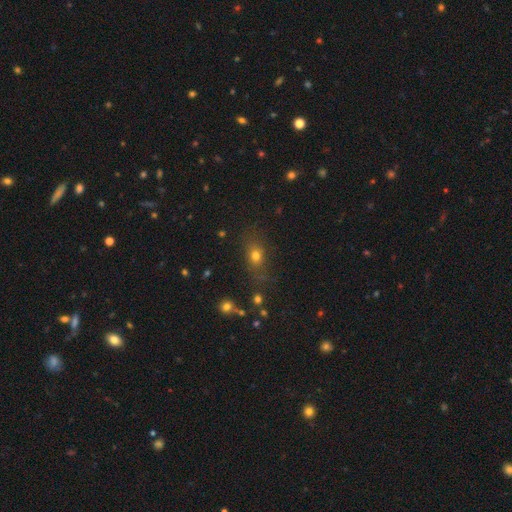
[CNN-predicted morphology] Smooth or featured? Predicted: smooth (p=0.70). How rounded? Predicted: in between (p=0.52). Merging? Predicted: none (p=0.72).